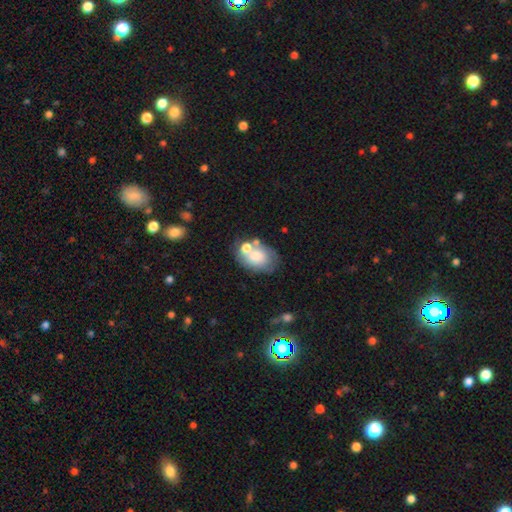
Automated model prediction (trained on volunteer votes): smooth-or-featured: smooth: 64% | featured or disk: 27% | star or artifact: 9%
  how-rounded: in between: 75% | round: 24% | cigar-shaped: 1%
  merging: none: 46% | merger: 26% | minor disturbance: 19% | major disturbance: 9%